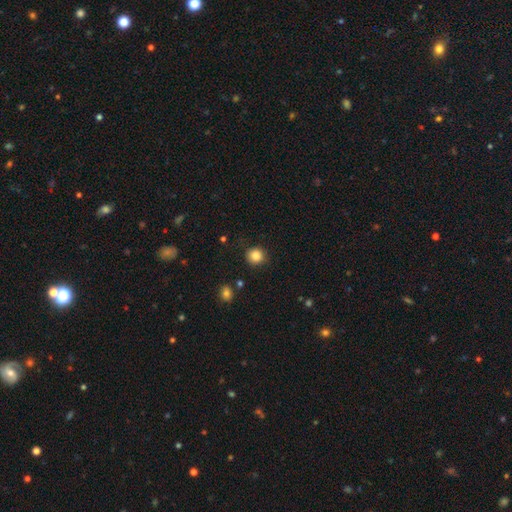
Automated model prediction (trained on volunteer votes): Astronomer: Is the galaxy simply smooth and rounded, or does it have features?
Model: smooth — 85%.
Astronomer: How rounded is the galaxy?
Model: round — 90%.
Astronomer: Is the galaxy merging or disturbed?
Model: none — 88%.